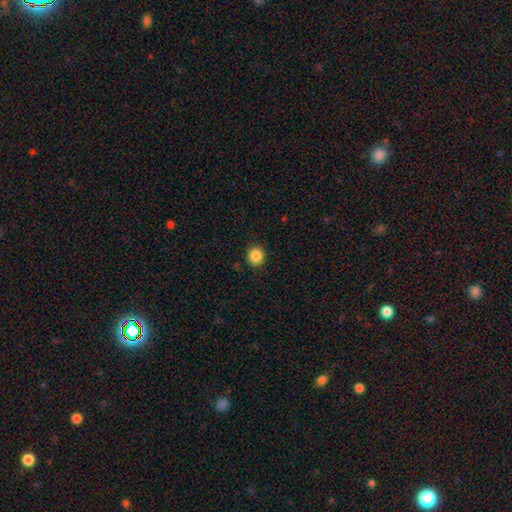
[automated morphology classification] This is clearly a smooth galaxy (87%). How rounded: clearly round (90%). Merging: clearly none (90%).